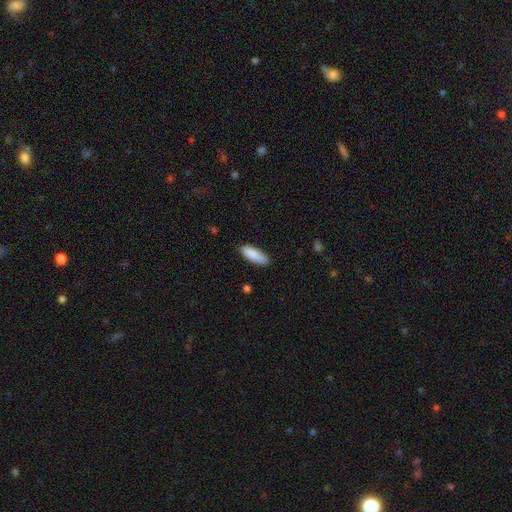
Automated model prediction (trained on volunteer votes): The model was most divided on "how rounded": in between: 58%, cigar-shaped: 41%, round: 2%. More confident: smooth or featured — smooth (89%); merging — none (85%).